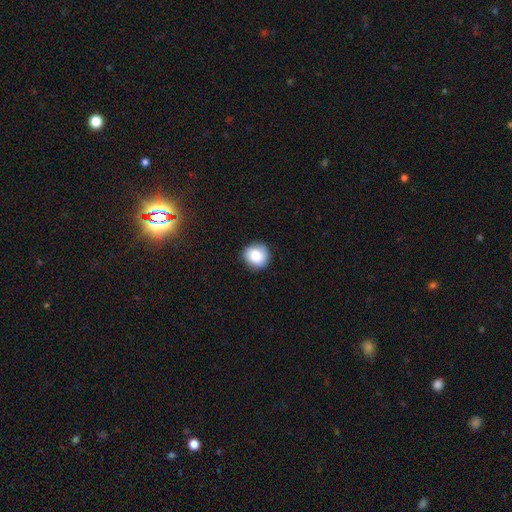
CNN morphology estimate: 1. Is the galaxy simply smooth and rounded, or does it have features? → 81% smooth, 11% featured or disk, 8% star or artifact.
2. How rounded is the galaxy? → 86% round, 13% in between, 1% cigar-shaped.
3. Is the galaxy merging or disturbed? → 80% none, 15% minor disturbance, 4% major disturbance, 1% merger.